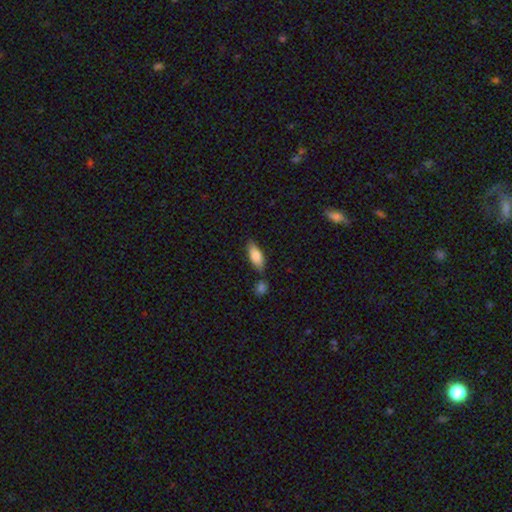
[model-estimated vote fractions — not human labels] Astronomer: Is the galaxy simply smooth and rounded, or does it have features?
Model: smooth — 79%.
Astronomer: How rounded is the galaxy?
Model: in between — 74%.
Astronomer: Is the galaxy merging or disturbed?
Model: none — 74%.